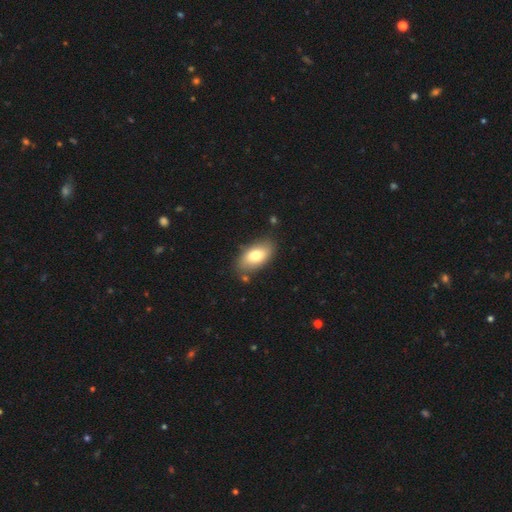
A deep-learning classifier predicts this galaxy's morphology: Smooth or featured?
  - smooth: 74% *
  - featured or disk: 19%
  - star or artifact: 7%
How rounded?
  - in between: 92% *
  - round: 5%
  - cigar-shaped: 3%
Merging?
  - none: 80% *
  - minor disturbance: 13%
  - merger: 4%
  - major disturbance: 3%